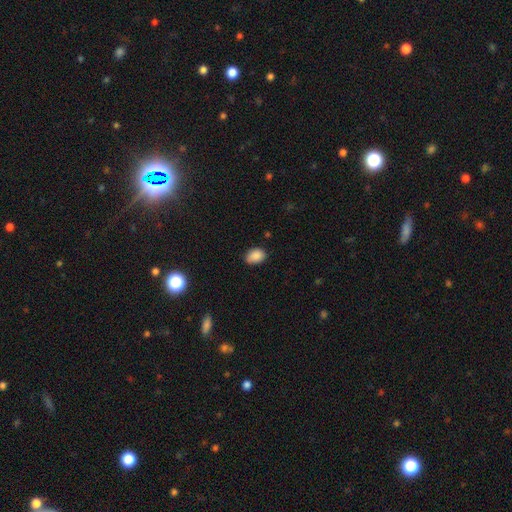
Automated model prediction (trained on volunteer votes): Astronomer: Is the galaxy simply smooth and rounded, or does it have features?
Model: smooth — 87%.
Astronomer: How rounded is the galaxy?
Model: in between — 80%.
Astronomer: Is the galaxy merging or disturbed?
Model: none — 77%.